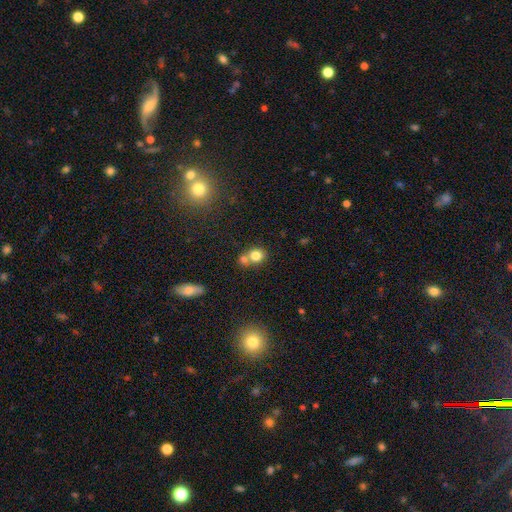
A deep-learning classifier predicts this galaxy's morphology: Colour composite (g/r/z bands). It shows a smooth galaxy with no disk features (79%) that is round (75%). Merging: none (46%).